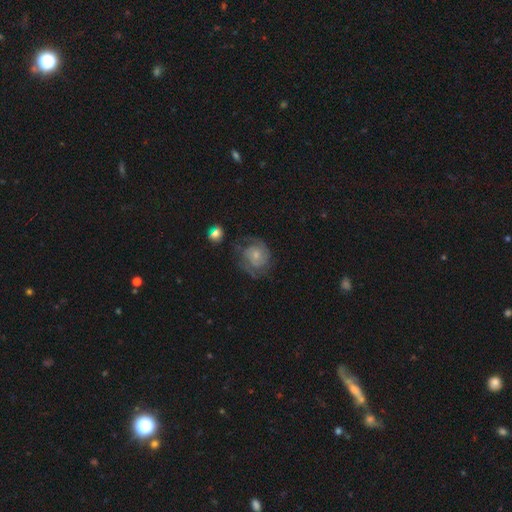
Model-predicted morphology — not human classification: Q: Smooth or featured?
A: featured or disk (71%); runner-up: smooth (22%)
Q: Edge-on disk?
A: no (98%); runner-up: yes (2%)
Q: Bar?
A: no (73%); runner-up: weak (24%)
Q: Spiral arms?
A: yes (89%); runner-up: no (11%)
Q: Spiral winding?
A: tight (50%); runner-up: medium (36%)
Q: Spiral arm count?
A: 2 (53%); runner-up: can't tell (24%)
Q: Bulge size?
A: small (60%); runner-up: moderate (32%)
Q: Merging?
A: none (59%); runner-up: minor disturbance (22%)